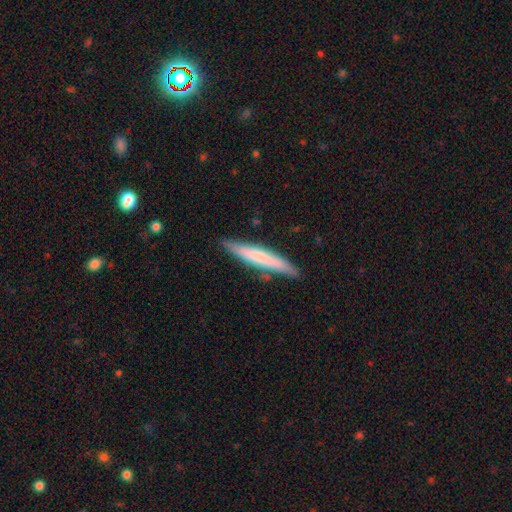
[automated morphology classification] smooth-or-featured: smooth: 59% | featured or disk: 35% | star or artifact: 6%
  how-rounded: cigar-shaped: 94% | in between: 5% | round: 1%
  merging: none: 84% | minor disturbance: 12% | merger: 2% | major disturbance: 2%